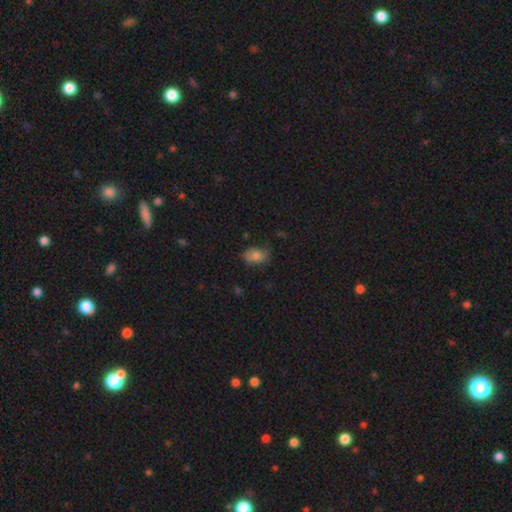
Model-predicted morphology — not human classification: Overall: smooth (78%). How rounded: in between (83%). Merging: none (68%).